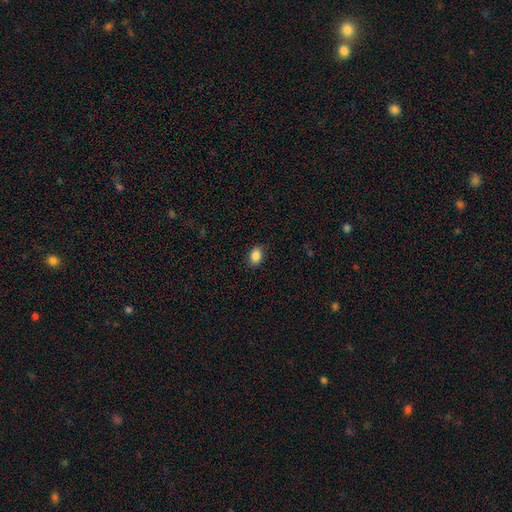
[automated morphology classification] A smooth galaxy with no disk features (87%) that is in between round and cigar-shaped (80%). Merging: none (86%).